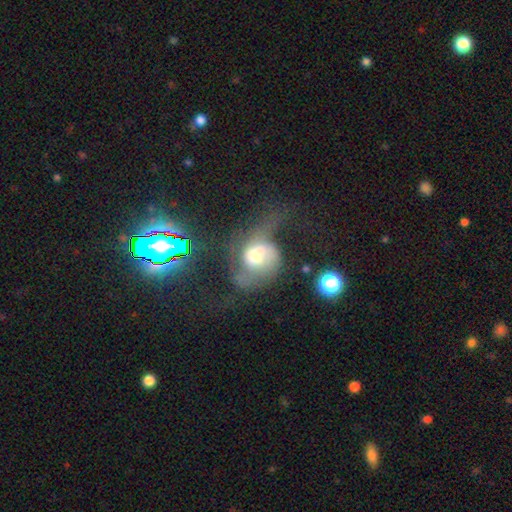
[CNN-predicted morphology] Smooth or featured? featured or disk (57%)
Edge-on disk? no (96%)
Bar? no (68%)
Spiral arms? yes (71%)
Bulge size? moderate (54%)
Merging? major disturbance (55%)